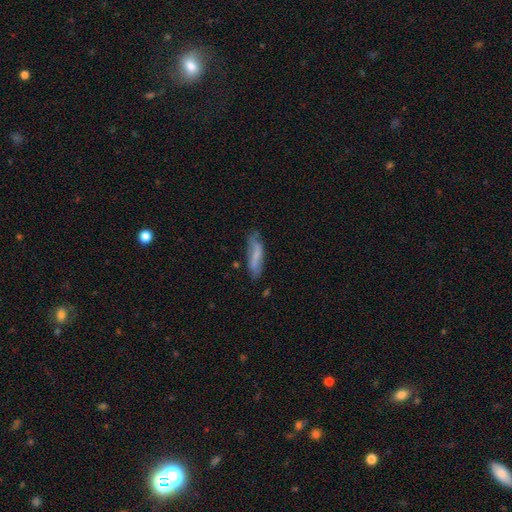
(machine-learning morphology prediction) smooth_or_featured: smooth (p=0.54) [alt: featured or disk p=0.39]
how_rounded: cigar-shaped (p=0.59) [alt: in between p=0.39]
merging: none (p=0.64) [alt: minor disturbance p=0.24]